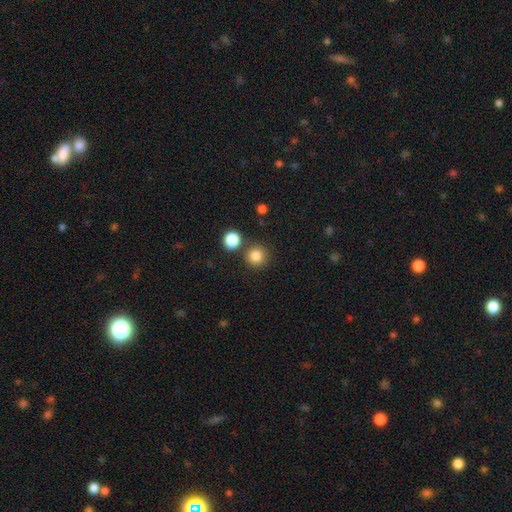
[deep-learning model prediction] A smooth galaxy with no disk features (83%) that is round (94%). Merging: none (81%).